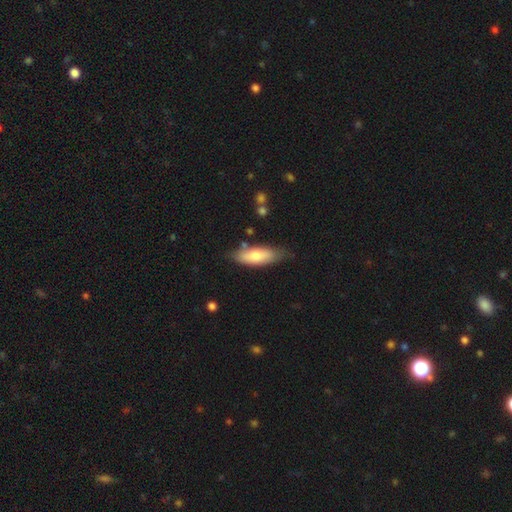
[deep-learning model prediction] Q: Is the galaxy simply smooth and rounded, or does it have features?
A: smooth — 72%.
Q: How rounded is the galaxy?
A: in between — 68%.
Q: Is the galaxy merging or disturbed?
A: none — 68%.